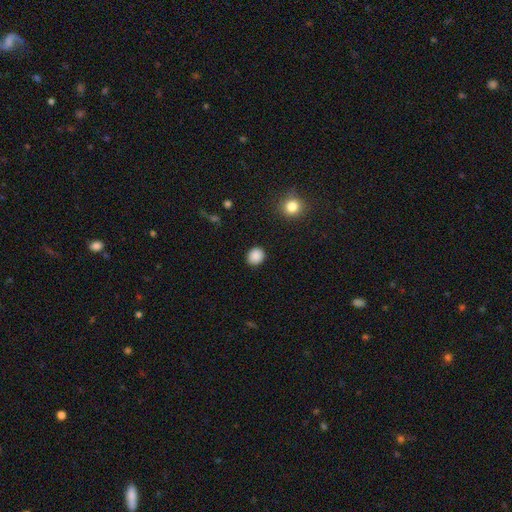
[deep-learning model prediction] Smooth or featured?
  - smooth: 88% *
  - star or artifact: 9%
  - featured or disk: 3%
How rounded?
  - round: 74% *
  - in between: 25%
  - cigar-shaped: 1%
Merging?
  - none: 90% *
  - minor disturbance: 7%
  - major disturbance: 2%
  - merger: 1%